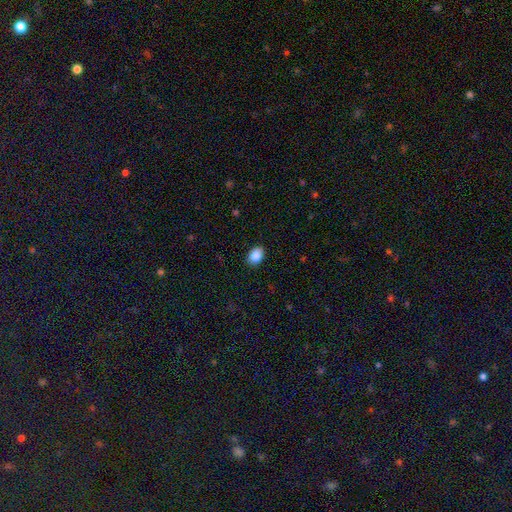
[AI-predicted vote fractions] smooth_or_featured: smooth (p=0.88) [alt: star or artifact p=0.08]
how_rounded: in between (p=0.82) [alt: round p=0.17]
merging: none (p=0.89) [alt: minor disturbance p=0.09]